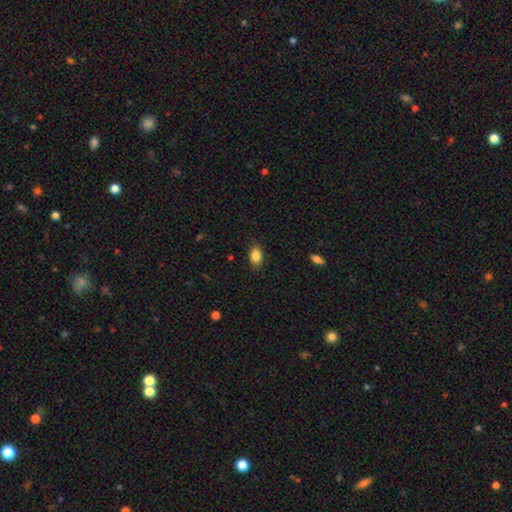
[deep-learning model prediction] Morphology: type=smooth (86%); roundness=in between (85%); merging=none (86%).